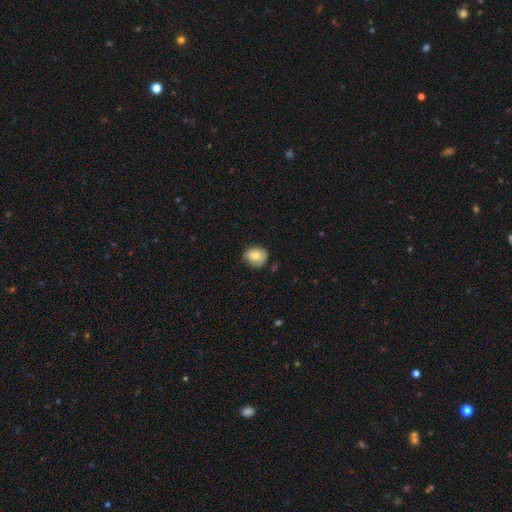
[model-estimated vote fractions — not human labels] smooth_or_featured: smooth (p=0.77) [alt: featured or disk p=0.14]
how_rounded: round (p=0.72) [alt: in between p=0.27]
merging: none (p=0.68) [alt: minor disturbance p=0.26]